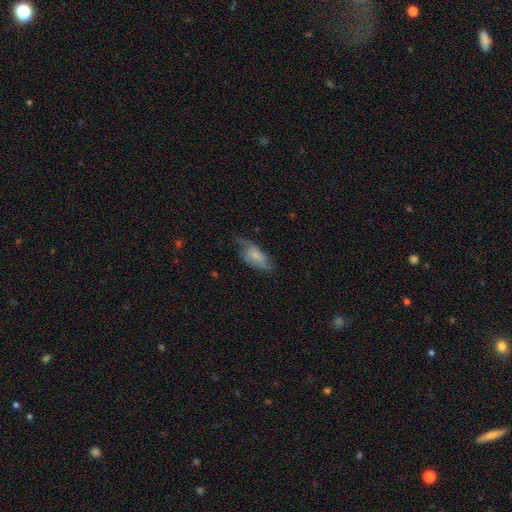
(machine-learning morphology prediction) Overall: smooth (52%; featured or disk 41%). How rounded: in between (84%). Merging: none (49%; minor disturbance 32%).